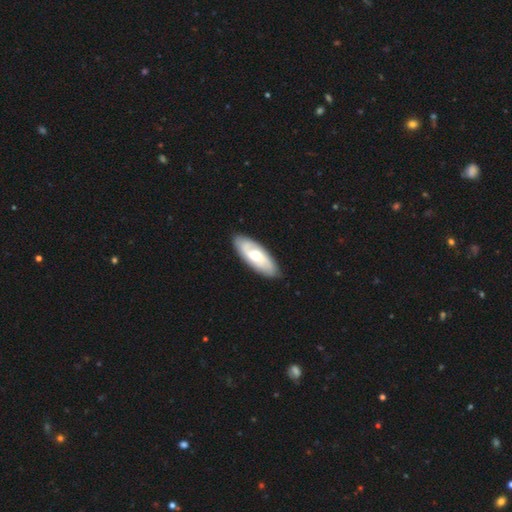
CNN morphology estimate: smooth-or-featured: featured or disk: 60% | smooth: 35% | star or artifact: 5%
  disk-edge-on: no: 85% | yes: 15%
    bar: no: 58% | weak: 35% | strong: 7%
    has-spiral-arms: yes: 85% | no: 15%
    bulge-size: moderate: 65% | large: 16% | small: 15% | none: 2% | dominant: 1%
  merging: none: 86% | minor disturbance: 11% | major disturbance: 2% | merger: 1%